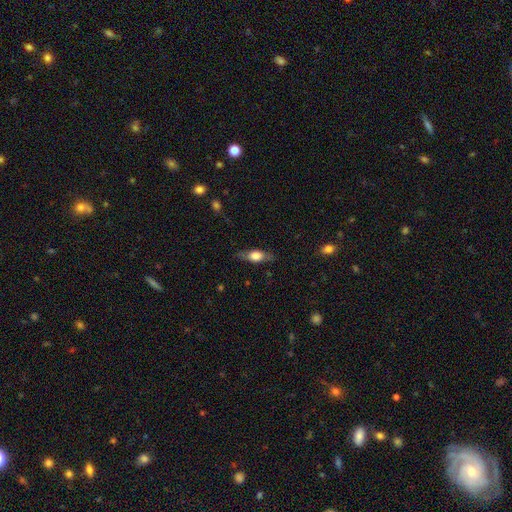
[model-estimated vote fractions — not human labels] Smooth or featured?
  - smooth: 61% *
  - featured or disk: 32%
  - star or artifact: 7%
How rounded?
  - in between: 70% *
  - cigar-shaped: 24%
  - round: 6%
Merging?
  - none: 75% *
  - minor disturbance: 18%
  - major disturbance: 6%
  - merger: 1%